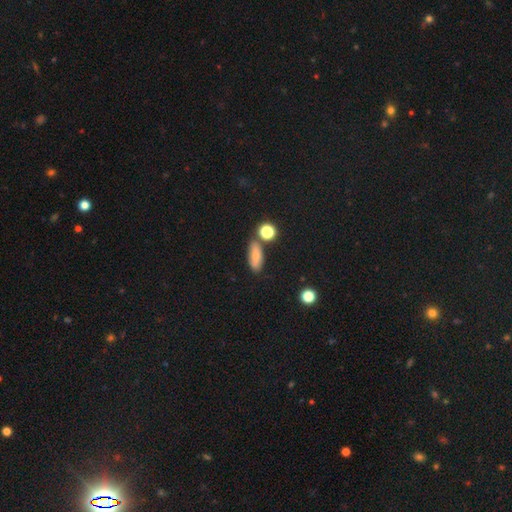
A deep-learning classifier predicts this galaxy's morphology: Smooth or featured? smooth (75%)
How rounded? in between (68%)
Merging? none (70%)